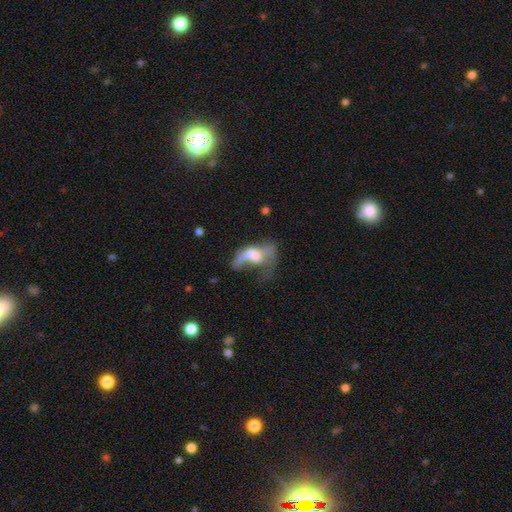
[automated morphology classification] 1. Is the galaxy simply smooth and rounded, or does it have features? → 55% featured or disk, 33% smooth, 13% star or artifact.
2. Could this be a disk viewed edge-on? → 90% no, 10% yes.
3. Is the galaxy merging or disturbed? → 56% major disturbance, 18% none, 14% minor disturbance, 12% merger.